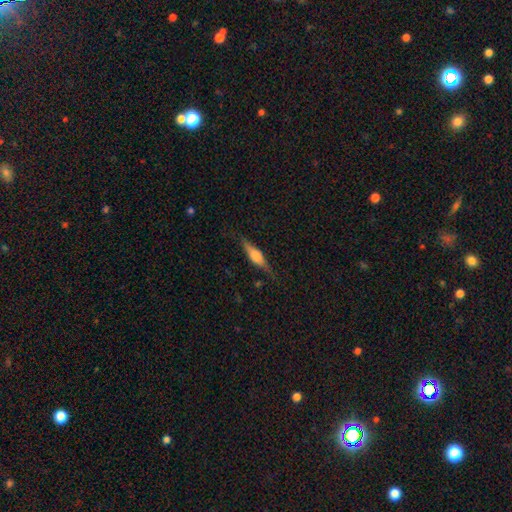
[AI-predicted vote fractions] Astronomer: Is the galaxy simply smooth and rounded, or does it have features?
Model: featured or disk — 49% (runner-up: smooth, 43%).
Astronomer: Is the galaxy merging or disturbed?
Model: none — 78%.